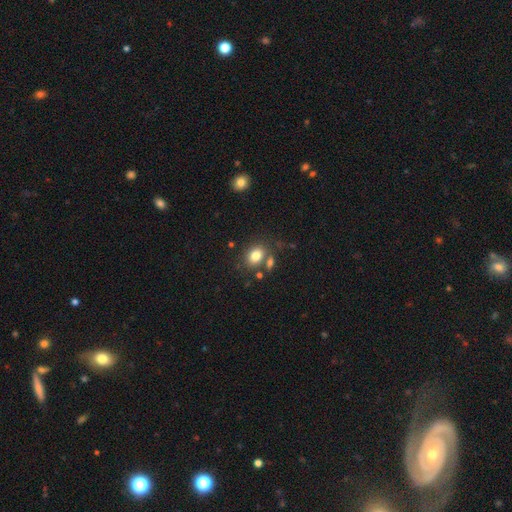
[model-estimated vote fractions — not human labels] The model was most divided on "how rounded": in between: 60%, round: 38%, cigar-shaped: 1%. More confident: smooth or featured — smooth (80%); merging — none (67%).